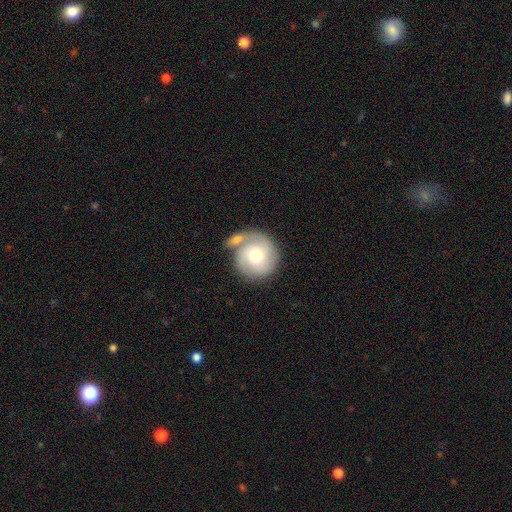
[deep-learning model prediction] Smooth or featured?
  - smooth: 51% *
  - featured or disk: 43%
  - star or artifact: 6%
How rounded?
  - round: 92% *
  - in between: 7%
  - cigar-shaped: 1%
Merging?
  - none: 51% *
  - merger: 27%
  - minor disturbance: 15%
  - major disturbance: 7%